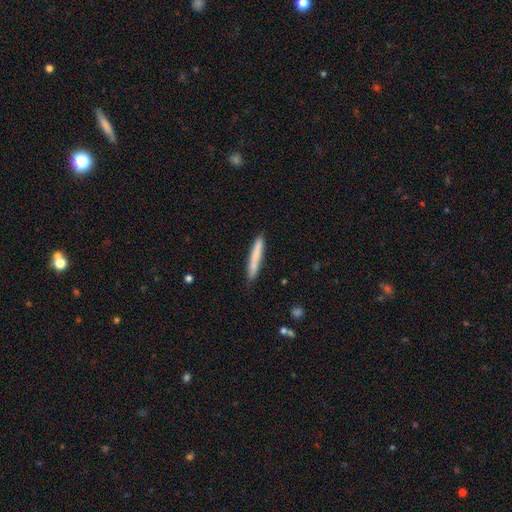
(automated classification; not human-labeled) smooth_or_featured: smooth (p=0.76) [alt: featured or disk p=0.18]
how_rounded: cigar-shaped (p=0.95) [alt: in between p=0.03]
merging: none (p=0.86) [alt: minor disturbance p=0.11]